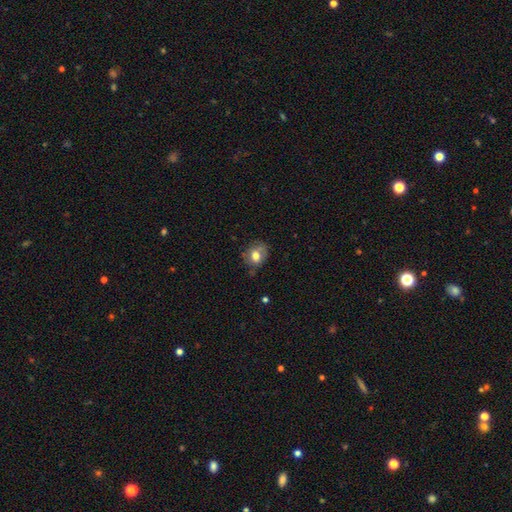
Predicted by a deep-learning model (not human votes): Morphology: type=smooth (71%); roundness=round (58%); merging=none (65%).